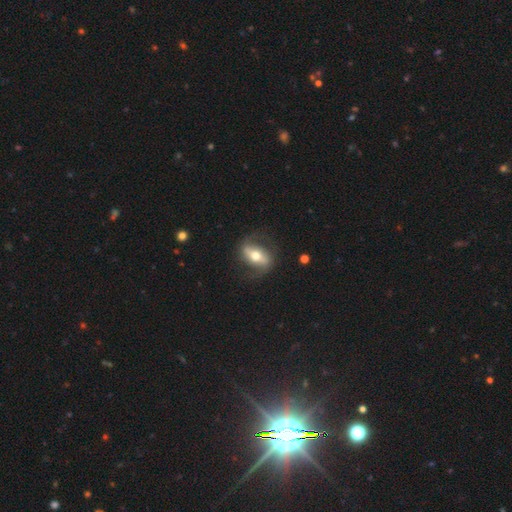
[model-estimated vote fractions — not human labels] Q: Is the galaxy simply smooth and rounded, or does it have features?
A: featured or disk — 67%.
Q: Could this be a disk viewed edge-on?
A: no — 83%.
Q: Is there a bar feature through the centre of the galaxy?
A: strong — 56%.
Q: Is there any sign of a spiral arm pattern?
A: yes — 69%.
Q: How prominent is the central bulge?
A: moderate — 71%.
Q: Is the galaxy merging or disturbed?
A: none — 74%.